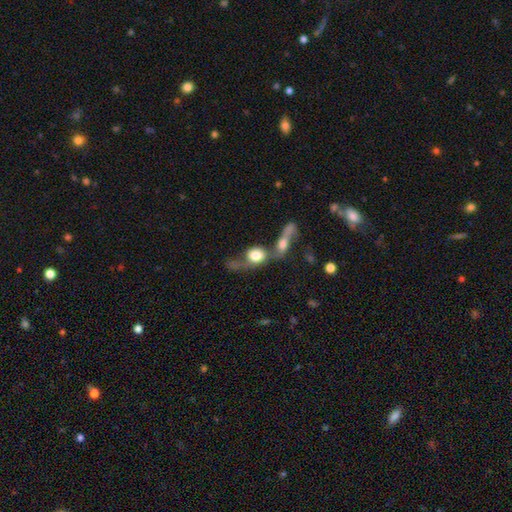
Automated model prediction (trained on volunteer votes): Smooth or featured: smooth — 67% (featured or disk — 23%)
How rounded: round — 49% (in between — 46%)
Merging: merger — 62% (major disturbance — 16%)